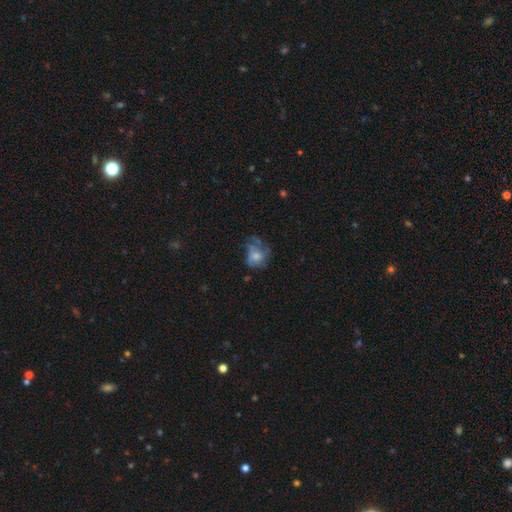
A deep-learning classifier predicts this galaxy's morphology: Smooth or featured: featured or disk — 52% (smooth — 37%)
Edge-on disk: no — 97% (yes — 3%)
Bar: no — 76% (weak — 21%)
Spiral arms: yes — 66% (no — 34%)
Bulge size: moderate — 48% (small — 27%)
Merging: none — 39% (major disturbance — 34%)